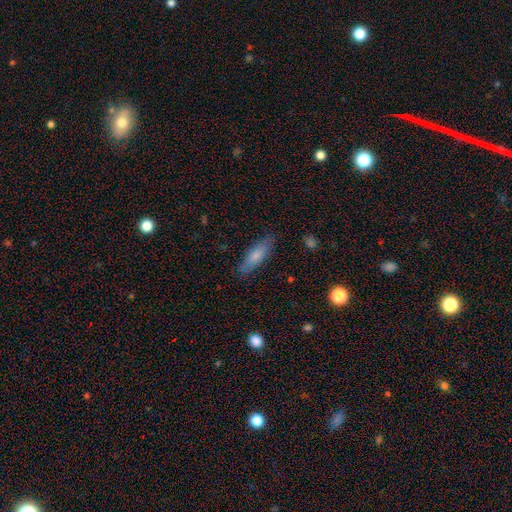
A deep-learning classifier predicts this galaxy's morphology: Smooth or featured: smooth — 74% (featured or disk — 20%)
How rounded: cigar-shaped — 61% (in between — 37%)
Merging: none — 85% (minor disturbance — 11%)